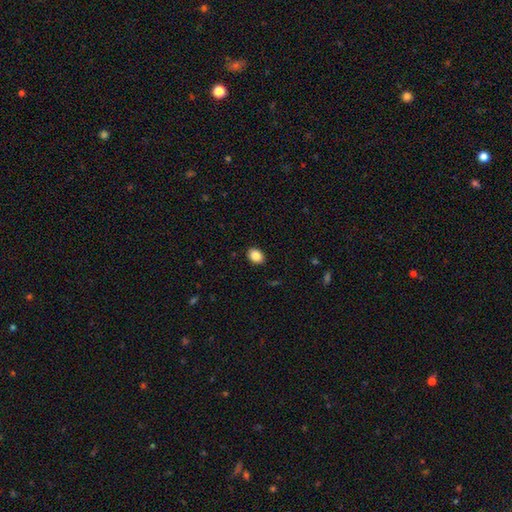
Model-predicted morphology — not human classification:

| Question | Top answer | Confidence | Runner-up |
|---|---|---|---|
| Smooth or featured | smooth | 87% | star or artifact (8%) |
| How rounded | in between | 71% | round (28%) |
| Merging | none | 90% | minor disturbance (7%) |